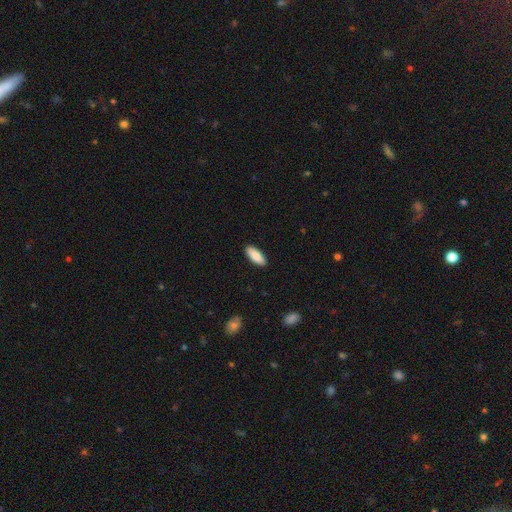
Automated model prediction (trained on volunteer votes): Smooth or featured: smooth — 83% (featured or disk — 11%)
How rounded: in between — 76% (cigar-shaped — 22%)
Merging: none — 90% (minor disturbance — 8%)